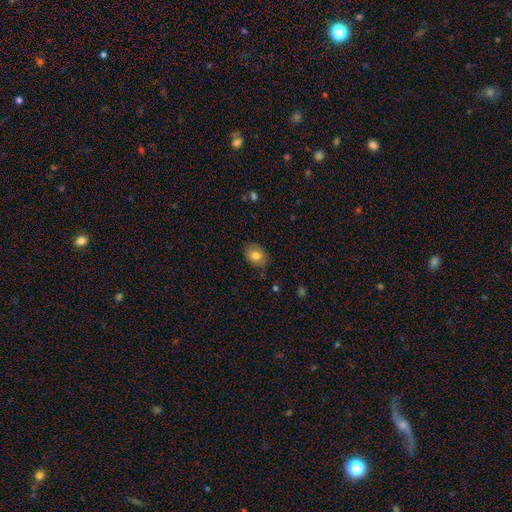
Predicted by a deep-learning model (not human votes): Morphology: type=smooth (79%); roundness=in between (57%); merging=none (76%).